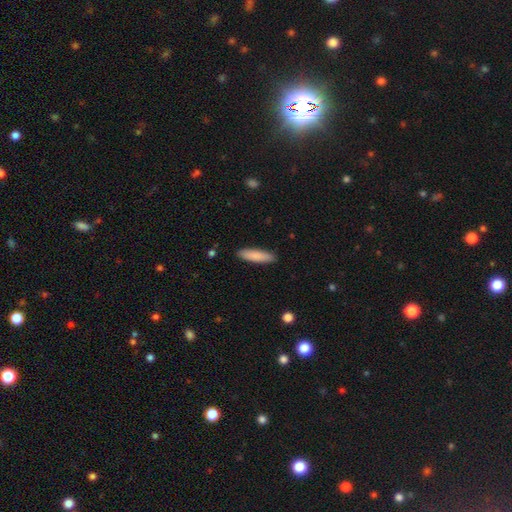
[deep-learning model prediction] Morphology: type=smooth (85%); roundness=cigar-shaped (70%); merging=none (90%).